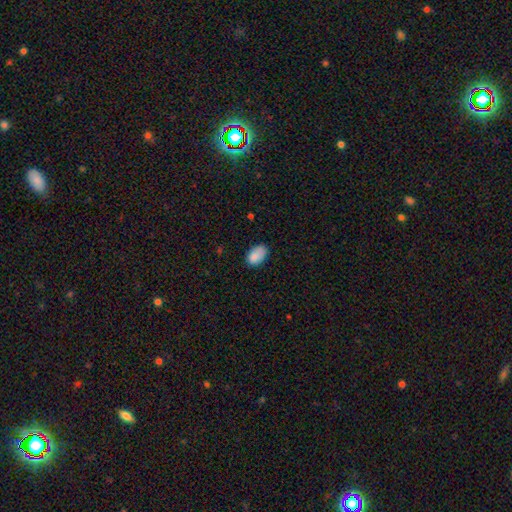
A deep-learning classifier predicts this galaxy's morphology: smooth-or-featured: smooth: 86% | star or artifact: 8% | featured or disk: 6%
  how-rounded: in between: 90% | round: 9% | cigar-shaped: 1%
  merging: none: 70% | minor disturbance: 24% | major disturbance: 5% | merger: 2%